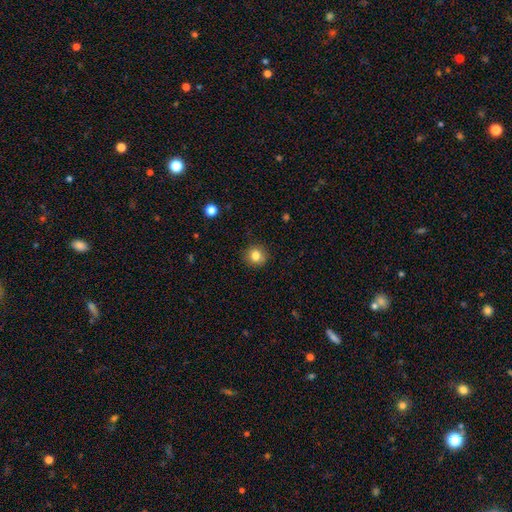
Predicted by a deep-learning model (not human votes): Smooth or featured: smooth — 83% (star or artifact — 11%)
How rounded: round — 90% (in between — 9%)
Merging: none — 90% (minor disturbance — 7%)